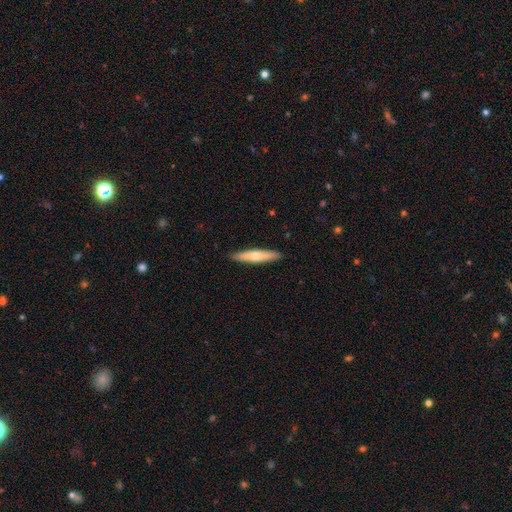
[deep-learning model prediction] The model was most divided on "smooth or featured": smooth: 53%, featured or disk: 42%, star or artifact: 5%. More confident: merging — none (91%); how rounded — cigar-shaped (87%).